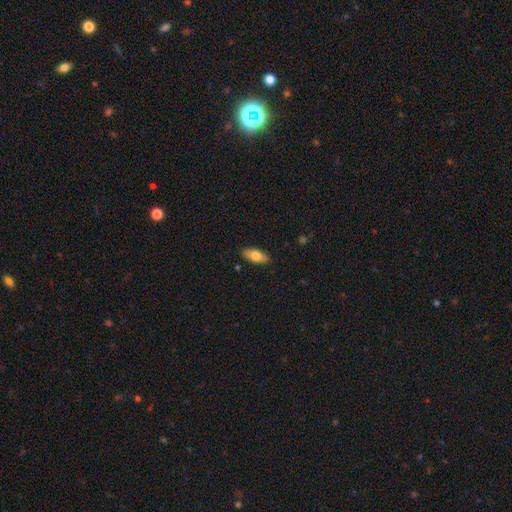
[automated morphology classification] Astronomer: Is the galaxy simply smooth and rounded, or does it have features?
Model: smooth — 77%.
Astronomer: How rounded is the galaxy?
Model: in between — 87%.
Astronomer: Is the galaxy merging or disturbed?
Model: none — 87%.